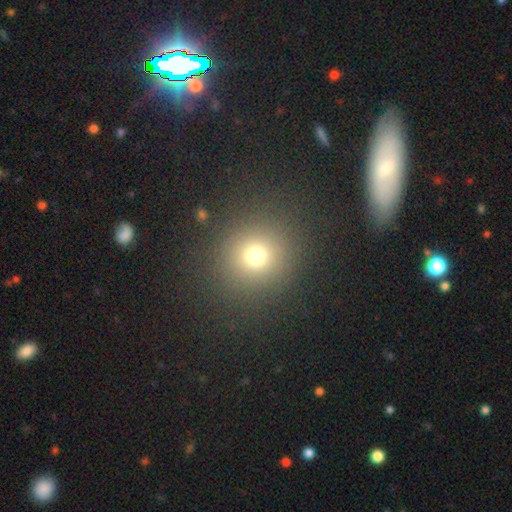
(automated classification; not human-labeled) Smooth or featured?
  - smooth: 72% *
  - star or artifact: 20%
  - featured or disk: 8%
How rounded?
  - round: 89% *
  - in between: 10%
  - cigar-shaped: 1%
Merging?
  - none: 88% *
  - minor disturbance: 7%
  - major disturbance: 4%
  - merger: 2%